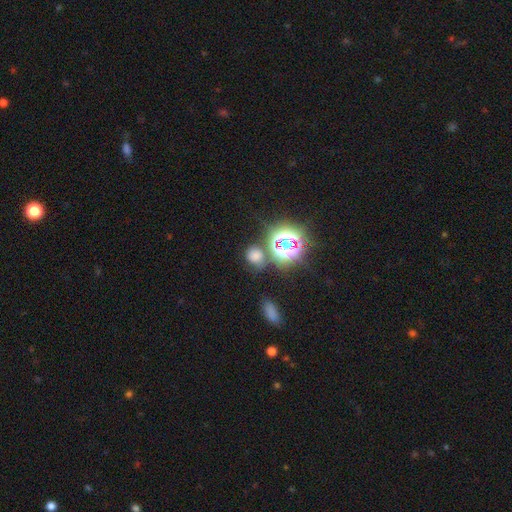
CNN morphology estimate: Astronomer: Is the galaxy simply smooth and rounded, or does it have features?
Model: smooth — 62%.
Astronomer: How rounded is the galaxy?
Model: round — 74%.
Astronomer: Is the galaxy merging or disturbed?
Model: none — 71%.